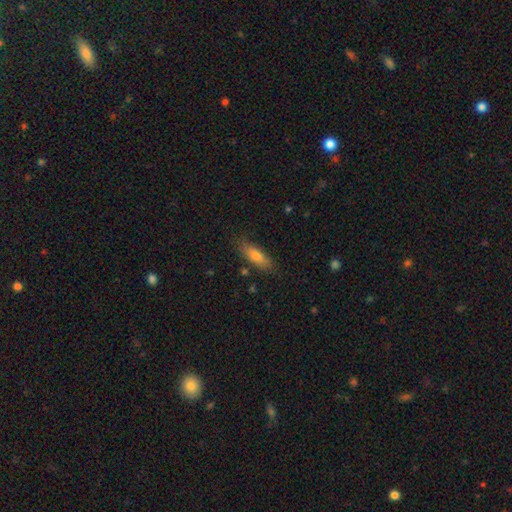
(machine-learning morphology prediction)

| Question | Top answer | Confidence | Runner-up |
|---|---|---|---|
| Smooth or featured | smooth | 75% | featured or disk (18%) |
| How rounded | in between | 56% | cigar-shaped (42%) |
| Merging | none | 80% | minor disturbance (14%) |